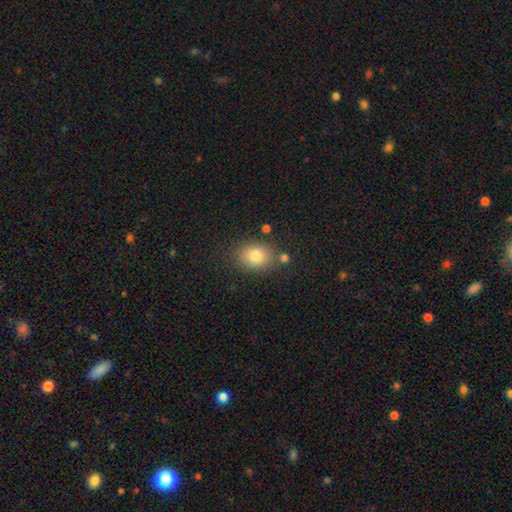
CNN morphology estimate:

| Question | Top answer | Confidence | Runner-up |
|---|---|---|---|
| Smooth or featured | smooth | 81% | star or artifact (10%) |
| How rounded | in between | 61% | round (37%) |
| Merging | none | 77% | minor disturbance (13%) |